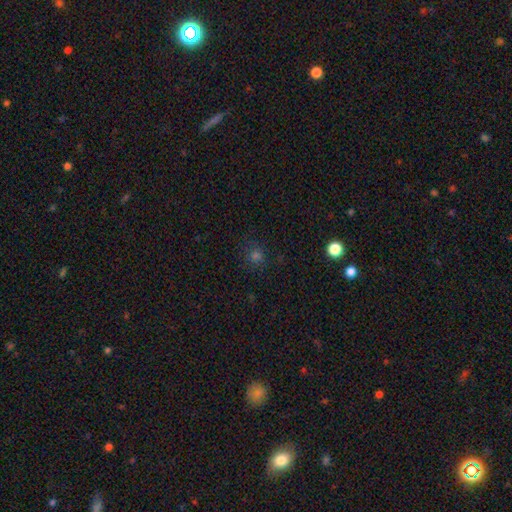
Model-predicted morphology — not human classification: Smooth or featured? Predicted: smooth (p=0.68). How rounded? Predicted: round (p=0.87). Merging? Predicted: none (p=0.83).